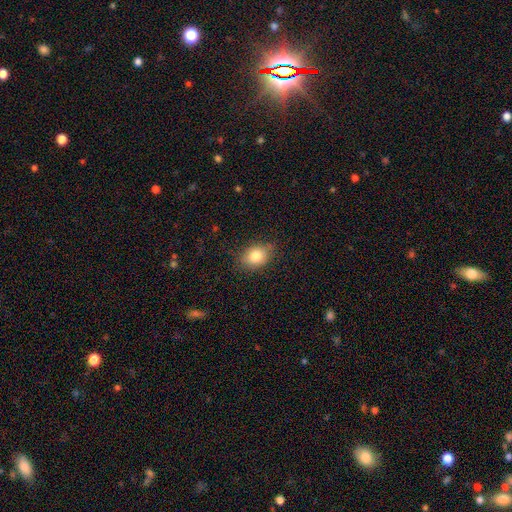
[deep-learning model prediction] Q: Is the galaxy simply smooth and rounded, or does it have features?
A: smooth — 81%.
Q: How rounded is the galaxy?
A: in between — 64%.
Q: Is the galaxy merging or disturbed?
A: none — 83%.